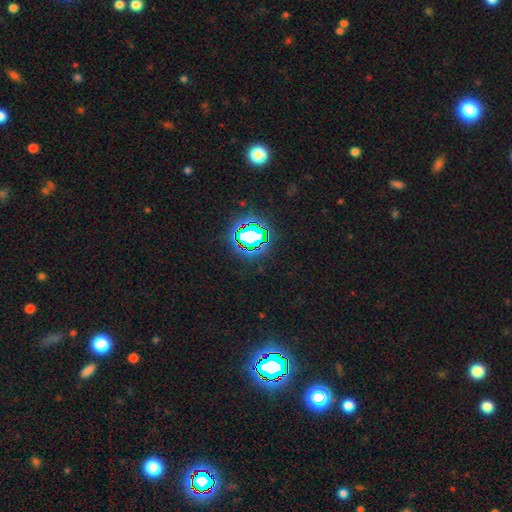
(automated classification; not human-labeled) A star or artifact, not a galaxy (80%).